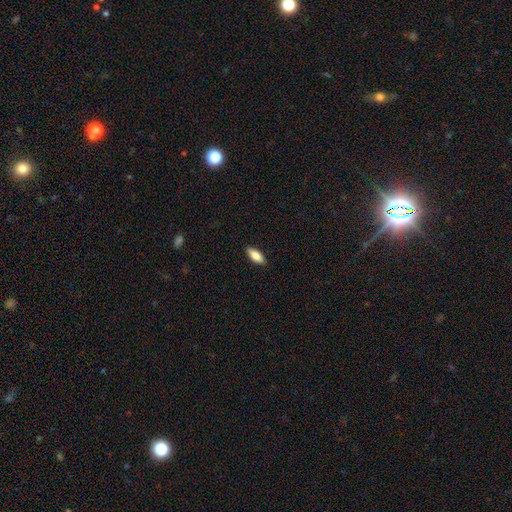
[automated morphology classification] A smooth galaxy with no disk features (82%) that is in between round and cigar-shaped (79%). Merging: none (89%).